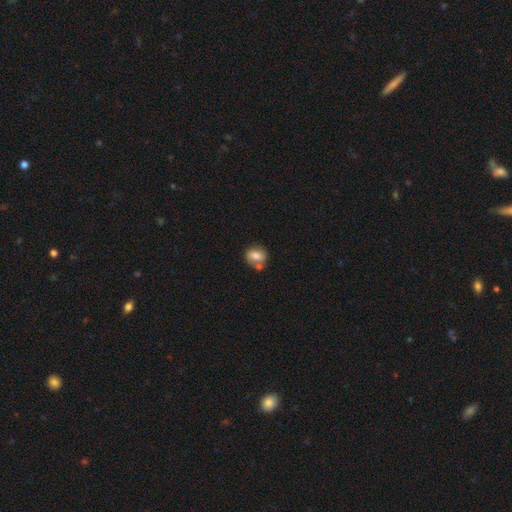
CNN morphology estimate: Smooth or featured: smooth — 74% (featured or disk — 17%)
How rounded: round — 60% (in between — 39%)
Merging: none — 53% (merger — 28%)